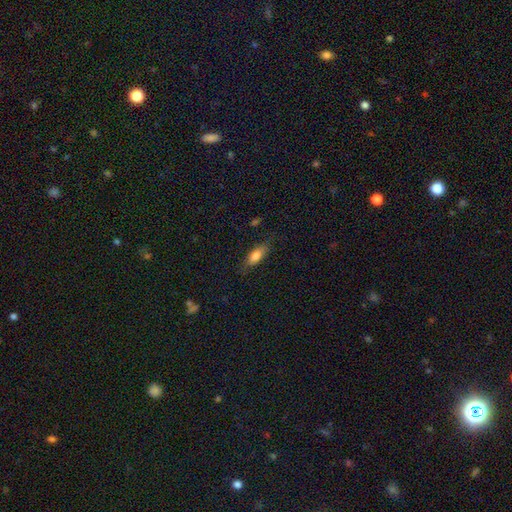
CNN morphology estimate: Smooth or featured: smooth — 78% (featured or disk — 15%)
How rounded: in between — 71% (cigar-shaped — 26%)
Merging: none — 77% (minor disturbance — 18%)